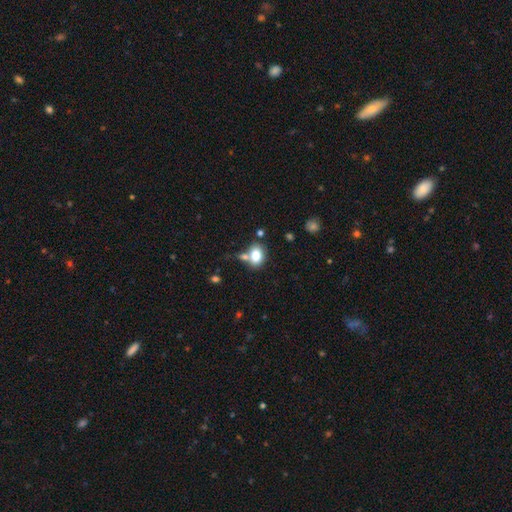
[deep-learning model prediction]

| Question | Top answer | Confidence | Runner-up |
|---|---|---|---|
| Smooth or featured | smooth | 80% | featured or disk (11%) |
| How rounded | in between | 68% | round (31%) |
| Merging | none | 53% | merger (27%) |